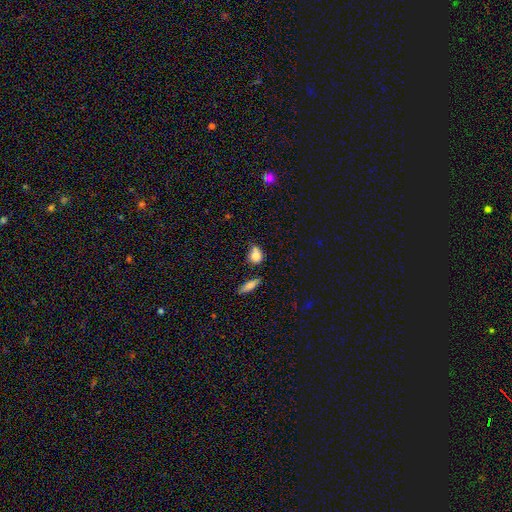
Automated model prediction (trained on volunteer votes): A smooth galaxy with no disk features (79%) that is round (50%). Merging: none (48%).